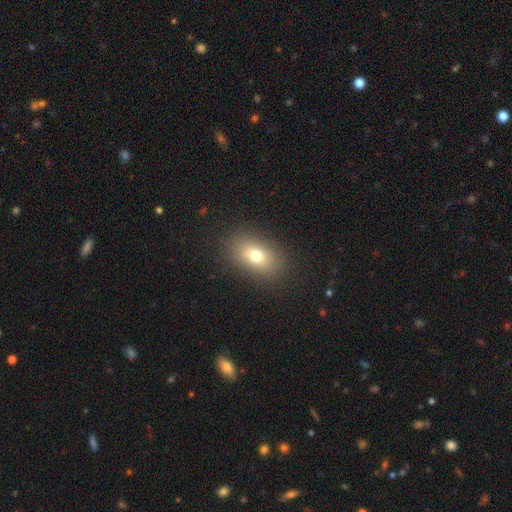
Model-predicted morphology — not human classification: This appears to be a smooth galaxy with no disk features (74%) that is in between round and cigar-shaped (83%). Merging: none (86%).